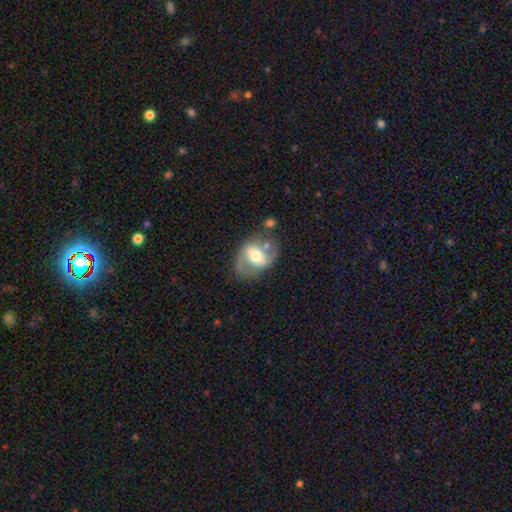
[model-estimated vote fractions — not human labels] Morphology: type=featured or disk (62%); edge-on=no (95%); bar=weak (38%); spiral arms=yes (64%); bulge=moderate (66%); merging=none (56%).